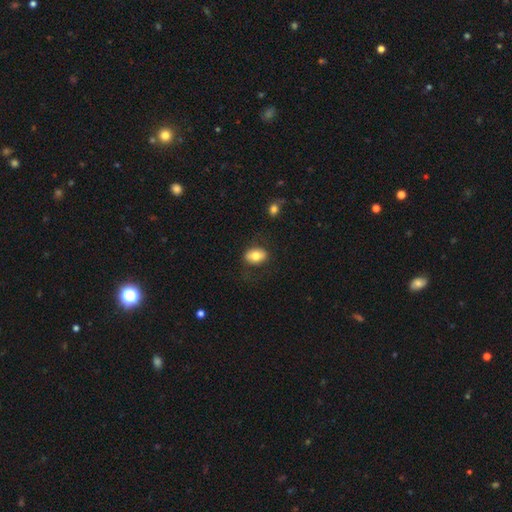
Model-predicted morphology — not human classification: smooth-or-featured: smooth: 74% | featured or disk: 19% | star or artifact: 7%
  how-rounded: in between: 82% | round: 17% | cigar-shaped: 2%
  merging: none: 77% | minor disturbance: 14% | major disturbance: 7% | merger: 2%